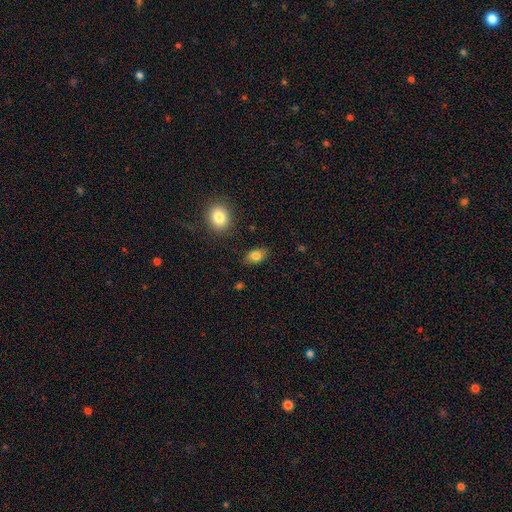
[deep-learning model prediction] The model was most divided on "how rounded": in between: 81%, round: 17%, cigar-shaped: 2%. More confident: merging — none (83%); smooth or featured — smooth (83%).